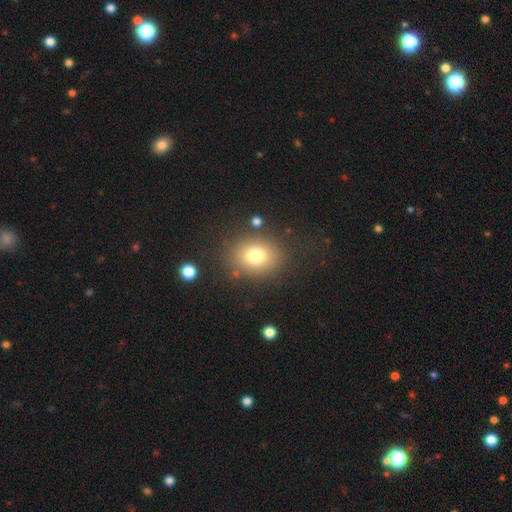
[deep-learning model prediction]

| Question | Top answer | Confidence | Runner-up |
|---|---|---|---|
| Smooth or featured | smooth | 77% | star or artifact (13%) |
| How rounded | round | 57% | in between (43%) |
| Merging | none | 82% | minor disturbance (10%) |